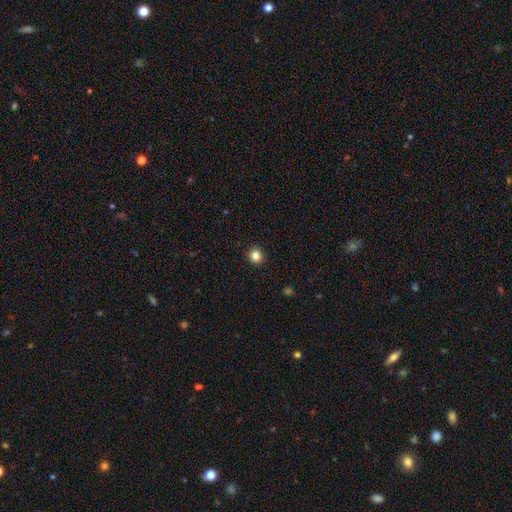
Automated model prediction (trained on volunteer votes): Morphology: type=smooth (84%); roundness=round (88%); merging=none (93%).